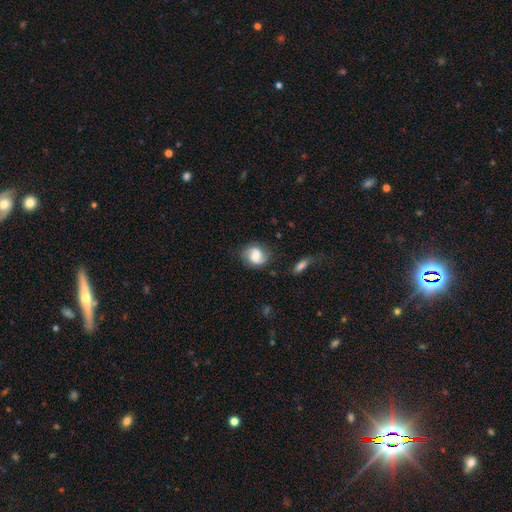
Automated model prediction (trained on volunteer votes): A featured or disk galaxy (55%) with no bar (48%), spiral arms (90%) and a moderate central bulge (57%).

Vote fractions:
- Smooth or featured? featured or disk: 55% / smooth: 37% / star or artifact: 8%
- Edge-on disk? no: 97% / yes: 3%
- Bar? no: 48% / weak: 41% / strong: 11%
- Spiral arms? yes: 90% / no: 10%
- Bulge size? moderate: 57% / small: 24% / large: 12% / none: 4% / dominant: 2%
- Merging? none: 77% / minor disturbance: 16% / major disturbance: 5% / merger: 2%